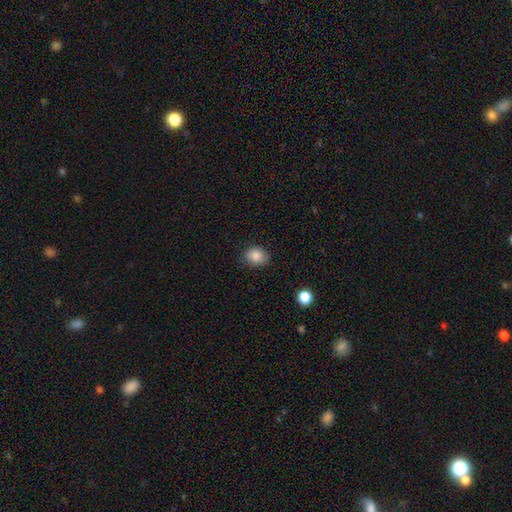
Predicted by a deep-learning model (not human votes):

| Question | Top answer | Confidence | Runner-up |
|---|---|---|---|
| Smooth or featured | smooth | 86% | star or artifact (9%) |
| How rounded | in between | 50% | round (49%) |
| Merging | none | 79% | minor disturbance (17%) |